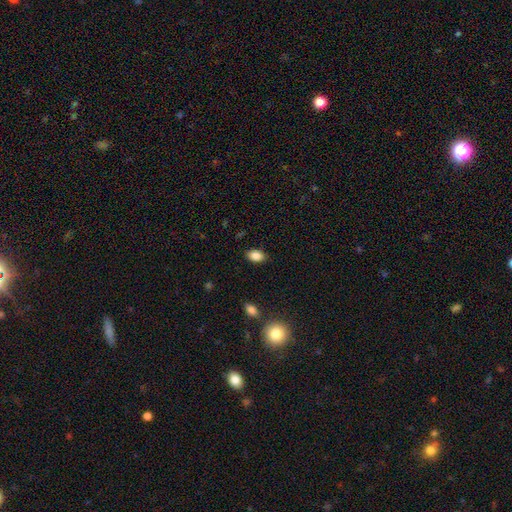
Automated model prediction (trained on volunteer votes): Overall: smooth (86%). How rounded: in between (87%). Merging: none (86%).